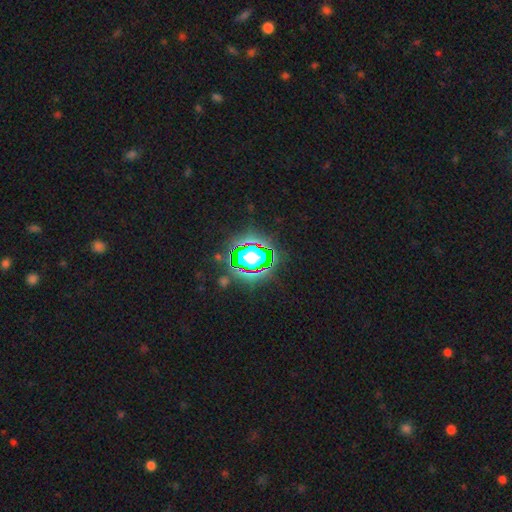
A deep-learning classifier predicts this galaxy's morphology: Q: Smooth or featured?
A: star or artifact (78%); runner-up: smooth (13%)